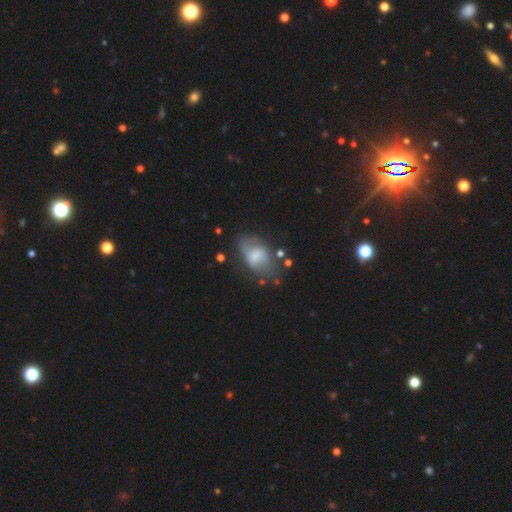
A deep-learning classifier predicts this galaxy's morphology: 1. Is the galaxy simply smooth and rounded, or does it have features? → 52% smooth, 41% featured or disk, 8% star or artifact.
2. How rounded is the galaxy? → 89% in between, 8% round, 3% cigar-shaped.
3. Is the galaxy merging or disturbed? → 54% none, 27% minor disturbance, 14% major disturbance, 5% merger.